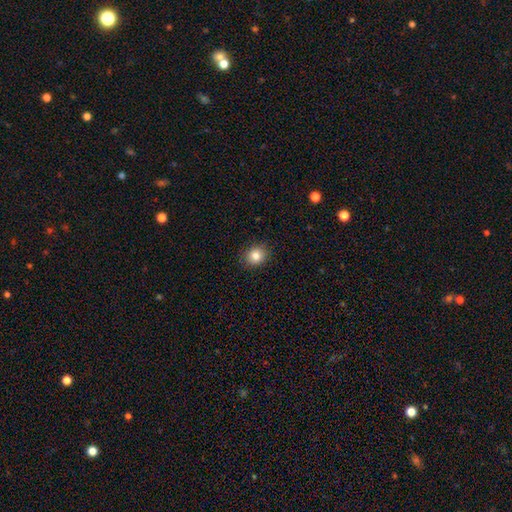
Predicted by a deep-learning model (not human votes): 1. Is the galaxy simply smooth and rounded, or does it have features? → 83% smooth, 11% star or artifact, 7% featured or disk.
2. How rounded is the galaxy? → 75% round, 24% in between, 1% cigar-shaped.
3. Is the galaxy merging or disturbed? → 89% none, 8% minor disturbance, 2% major disturbance, 1% merger.